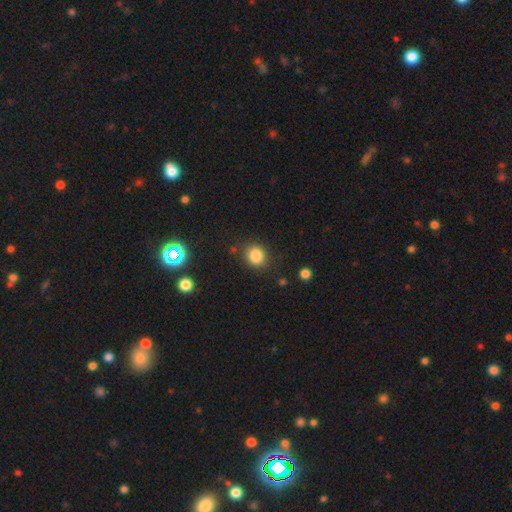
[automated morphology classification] Q: Smooth or featured?
A: smooth (84%); runner-up: star or artifact (11%)
Q: How rounded?
A: round (67%); runner-up: in between (32%)
Q: Merging?
A: none (80%); runner-up: minor disturbance (13%)